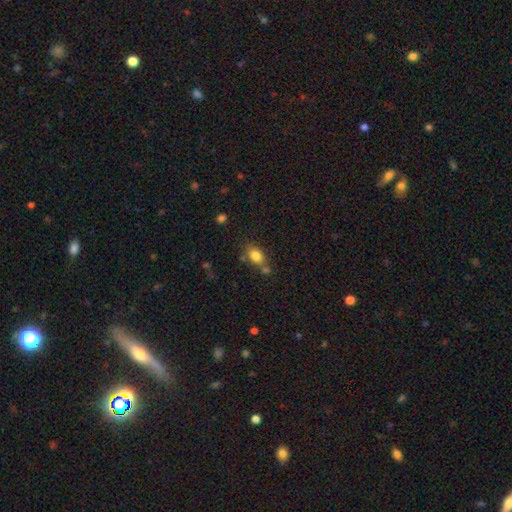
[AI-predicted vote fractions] Smooth or featured: smooth — 82% (star or artifact — 10%)
How rounded: in between — 78% (round — 19%)
Merging: none — 63% (merger — 18%)